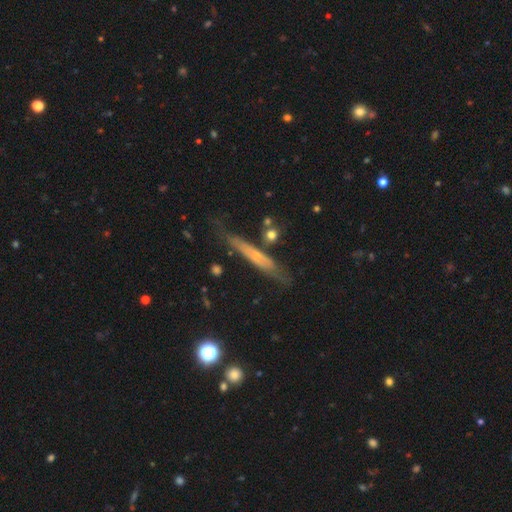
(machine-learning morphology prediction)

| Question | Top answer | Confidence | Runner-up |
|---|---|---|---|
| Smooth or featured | featured or disk | 51% | smooth (42%) |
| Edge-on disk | yes | 79% | no (21%) |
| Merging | none | 69% | minor disturbance (20%) |